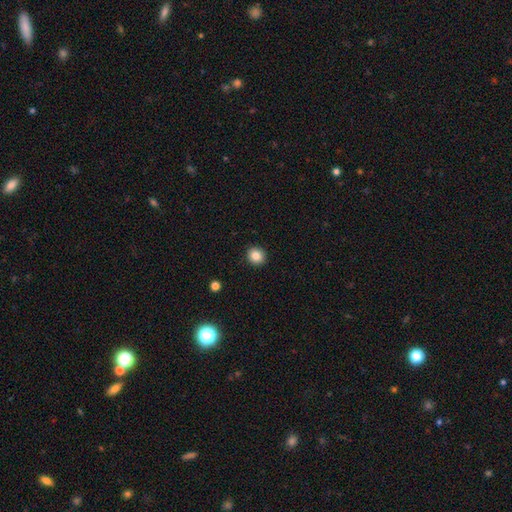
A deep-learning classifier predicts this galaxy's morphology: Q: Smooth or featured?
A: smooth (85%); runner-up: star or artifact (10%)
Q: How rounded?
A: round (84%); runner-up: in between (16%)
Q: Merging?
A: none (92%); runner-up: minor disturbance (5%)